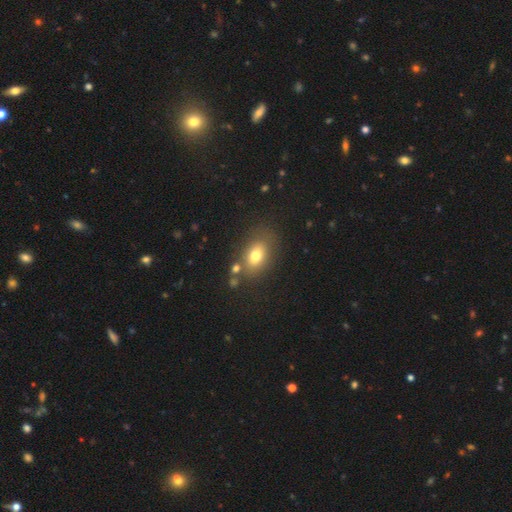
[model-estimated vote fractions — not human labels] Q: Smooth or featured?
A: smooth (74%); runner-up: featured or disk (14%)
Q: How rounded?
A: in between (76%); runner-up: round (22%)
Q: Merging?
A: none (72%); runner-up: minor disturbance (13%)